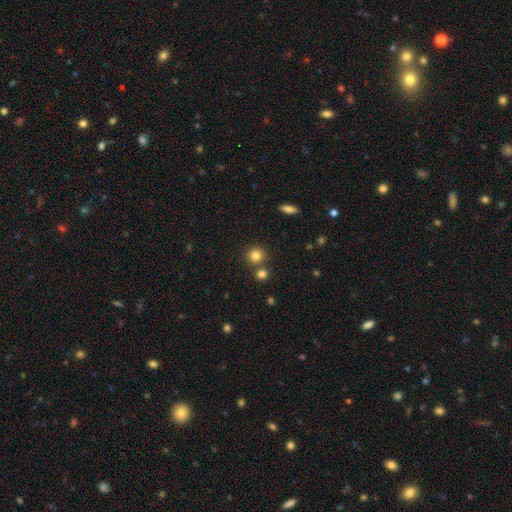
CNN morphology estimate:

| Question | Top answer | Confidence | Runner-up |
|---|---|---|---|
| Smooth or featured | smooth | 81% | star or artifact (12%) |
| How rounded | round | 90% | in between (9%) |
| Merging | none | 75% | merger (15%) |